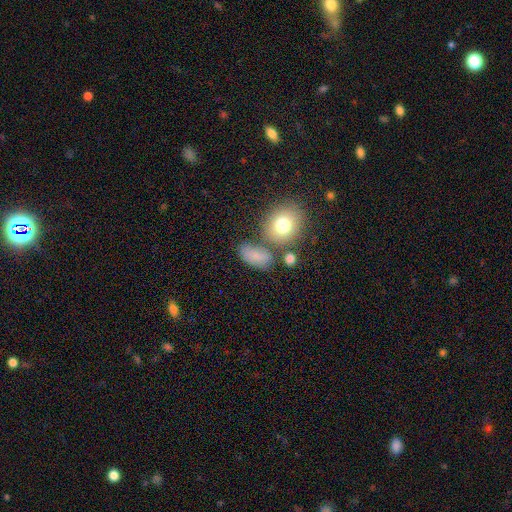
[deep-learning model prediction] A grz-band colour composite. It shows a smooth galaxy with no disk features (77%) that is in between round and cigar-shaped (80%). Merging: none (59%).